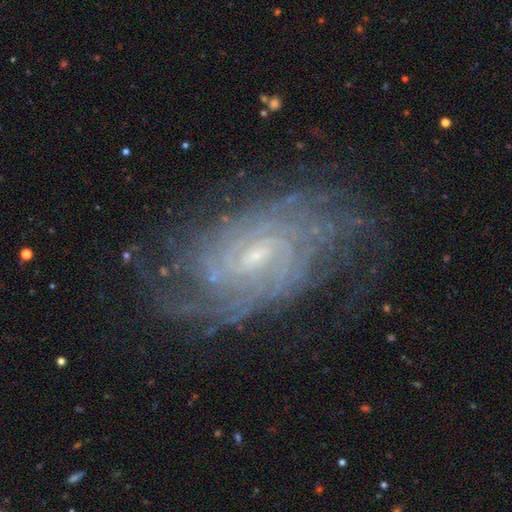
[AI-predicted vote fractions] The model was most divided on "spiral arm count": can't tell: 42%, 4: 15%, 2: 13%, more than 4: 13%, 3: 11%, 1: 7%. More confident: spiral arms — yes (96%); edge-on disk — no (96%); smooth or featured — featured or disk (86%); merging — none (74%); spiral winding — tight (67%); bulge size — small (67%); bar — weak (57%).